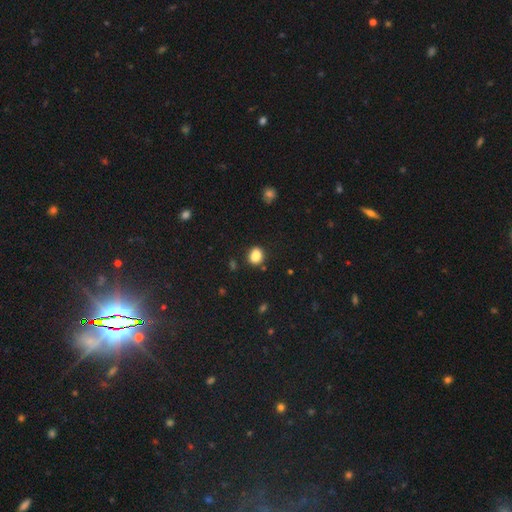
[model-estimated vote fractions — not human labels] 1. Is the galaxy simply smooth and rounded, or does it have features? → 85% smooth, 11% star or artifact, 4% featured or disk.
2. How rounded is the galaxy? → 56% round, 43% in between, 1% cigar-shaped.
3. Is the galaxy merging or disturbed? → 78% none, 13% minor disturbance, 5% merger, 4% major disturbance.